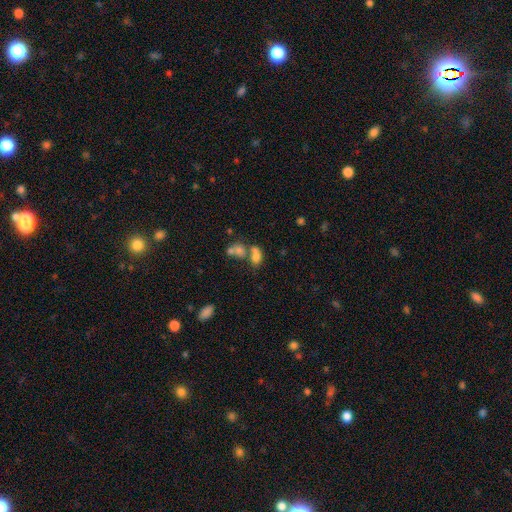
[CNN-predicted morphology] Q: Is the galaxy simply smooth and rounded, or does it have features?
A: smooth — 69%.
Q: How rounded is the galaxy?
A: in between — 77%.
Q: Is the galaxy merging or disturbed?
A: merger — 53%.